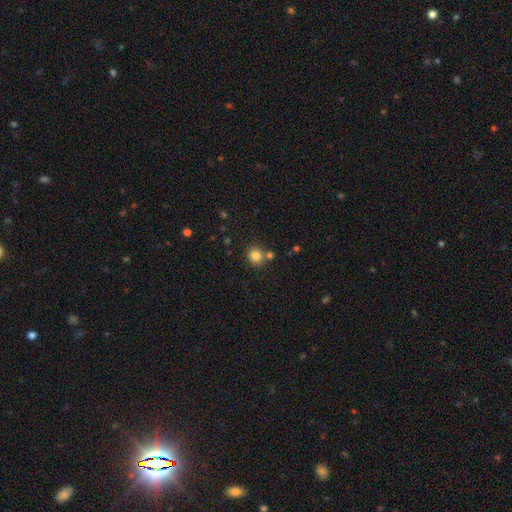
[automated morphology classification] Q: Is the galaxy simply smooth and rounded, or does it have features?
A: smooth — 82%.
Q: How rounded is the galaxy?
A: round — 87%.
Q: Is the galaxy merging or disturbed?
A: none — 72%.